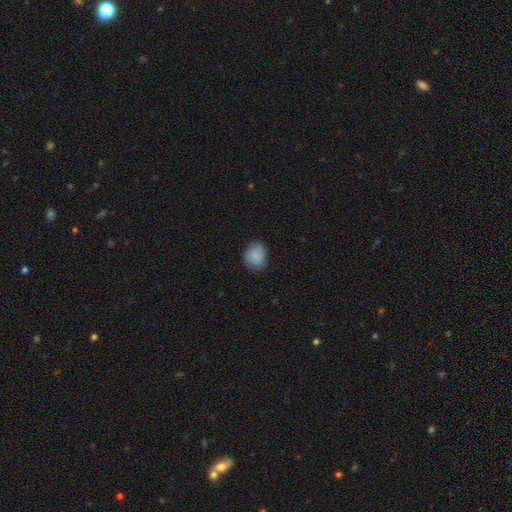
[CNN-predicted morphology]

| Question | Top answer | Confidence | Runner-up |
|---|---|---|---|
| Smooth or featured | smooth | 84% | featured or disk (9%) |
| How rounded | round | 62% | in between (37%) |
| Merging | none | 80% | minor disturbance (16%) |